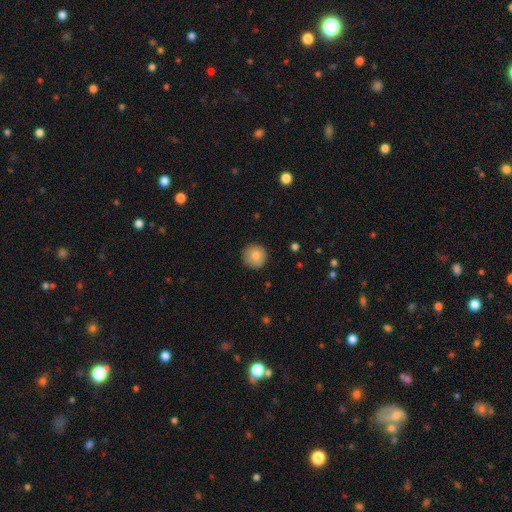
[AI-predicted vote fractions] Morphology: type=smooth (82%); roundness=round (94%); merging=none (89%).